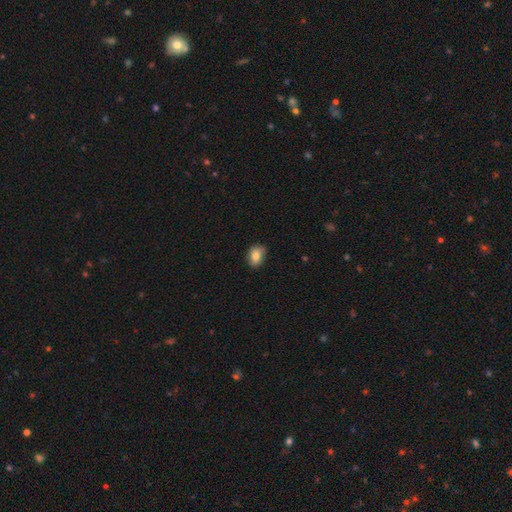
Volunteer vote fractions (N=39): smooth_or_featured: smooth (p=0.90) [alt: star or artifact p=0.08]
how_rounded: in between (p=0.63) [alt: round p=0.37]
merging: none (p=0.81) [alt: minor disturbance p=0.17]